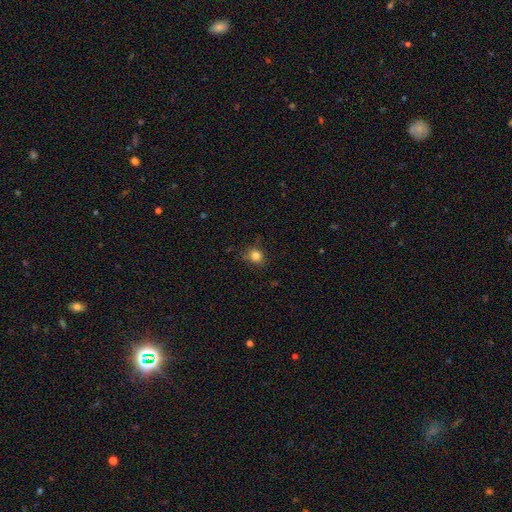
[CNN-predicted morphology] Smooth or featured? smooth (81%)
How rounded? round (76%)
Merging? none (75%)